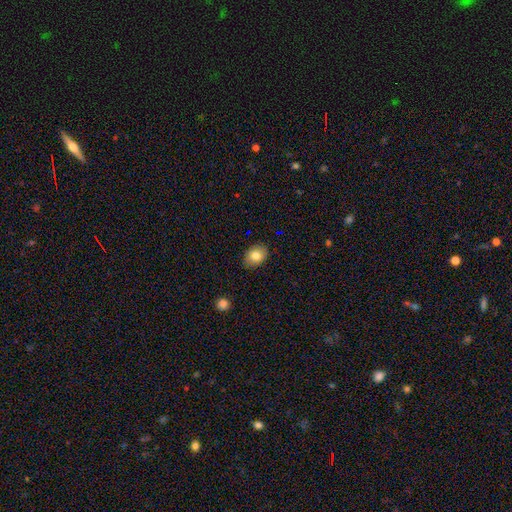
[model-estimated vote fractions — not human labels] This appears to be a smooth galaxy with no disk features (81%) that is in between round and cigar-shaped (69%). Merging: none (87%).